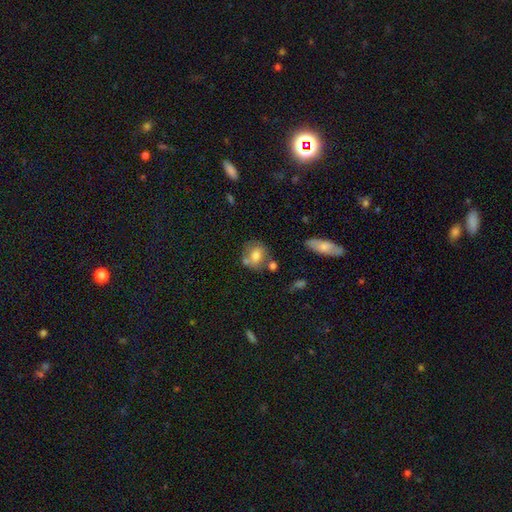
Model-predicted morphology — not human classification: smooth-or-featured: smooth: 70% | featured or disk: 22% | star or artifact: 9%
  how-rounded: round: 59% | in between: 40% | cigar-shaped: 1%
  merging: none: 55% | merger: 20% | minor disturbance: 18% | major disturbance: 6%